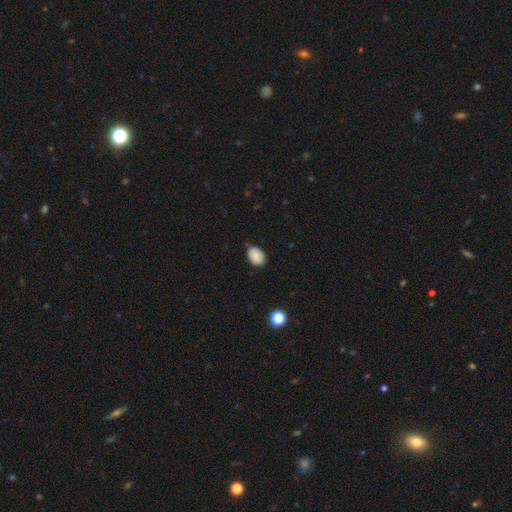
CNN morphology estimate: This appears to be a smooth galaxy with no disk features (87%) that is in between round and cigar-shaped (77%). Merging: none (78%).